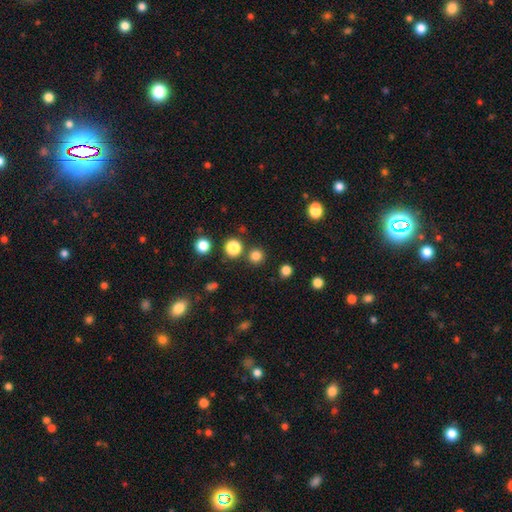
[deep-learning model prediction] smooth-or-featured: smooth: 80% | star or artifact: 16% | featured or disk: 4%
  how-rounded: round: 94% | in between: 5% | cigar-shaped: 1%
  merging: none: 87% | merger: 6% | minor disturbance: 5% | major disturbance: 2%